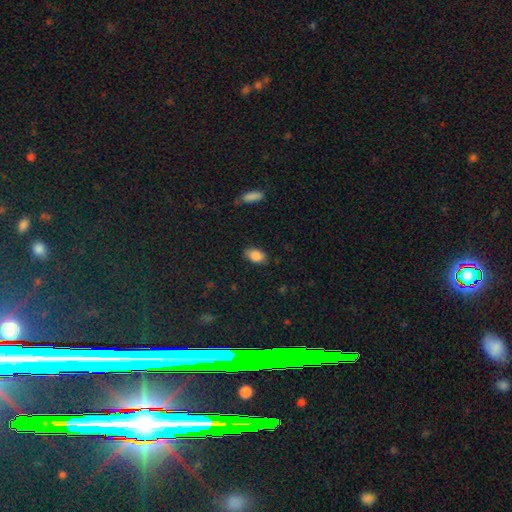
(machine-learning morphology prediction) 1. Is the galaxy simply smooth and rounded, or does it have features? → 86% smooth, 8% star or artifact, 6% featured or disk.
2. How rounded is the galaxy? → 90% in between, 7% round, 2% cigar-shaped.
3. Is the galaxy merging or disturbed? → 82% none, 14% minor disturbance, 3% major disturbance, 1% merger.